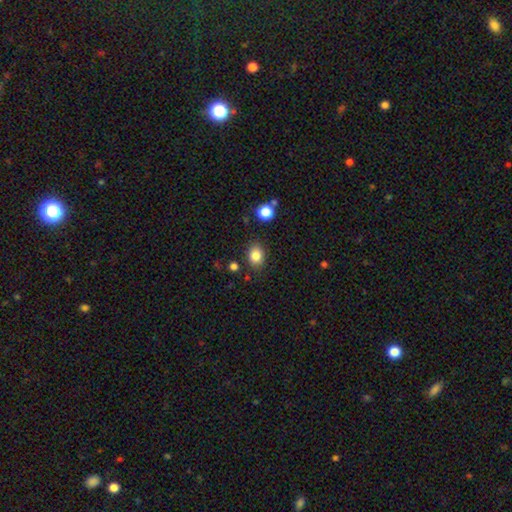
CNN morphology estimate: A smooth galaxy with no disk features (84%) that is in between round and cigar-shaped (59%).

Vote fractions:
- Smooth or featured? smooth: 84% / star or artifact: 10% / featured or disk: 6%
- How rounded? in between: 59% / round: 40% / cigar-shaped: 1%
- Merging? none: 83% / minor disturbance: 11% / major disturbance: 3% / merger: 3%